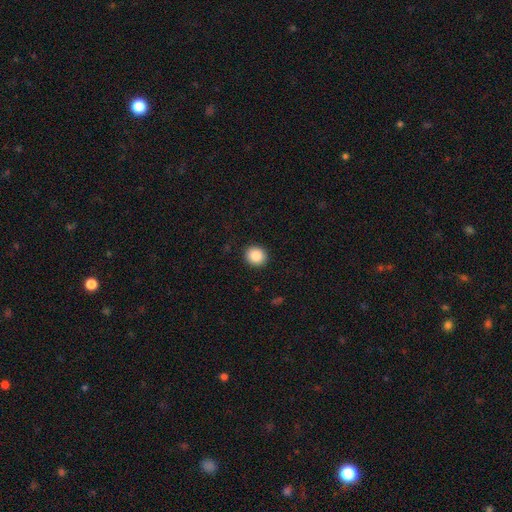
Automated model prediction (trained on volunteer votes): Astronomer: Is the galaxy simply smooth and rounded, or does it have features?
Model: smooth — 88%.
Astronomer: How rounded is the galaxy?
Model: round — 88%.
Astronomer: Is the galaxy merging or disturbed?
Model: none — 92%.